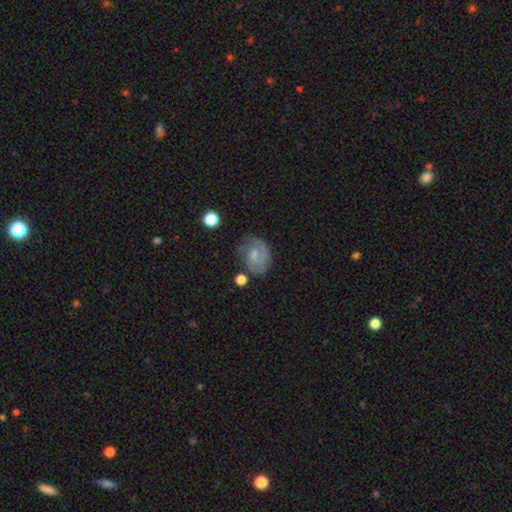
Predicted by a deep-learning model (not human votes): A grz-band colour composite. It shows a featured or disk galaxy (51%). Merging: none (57%).